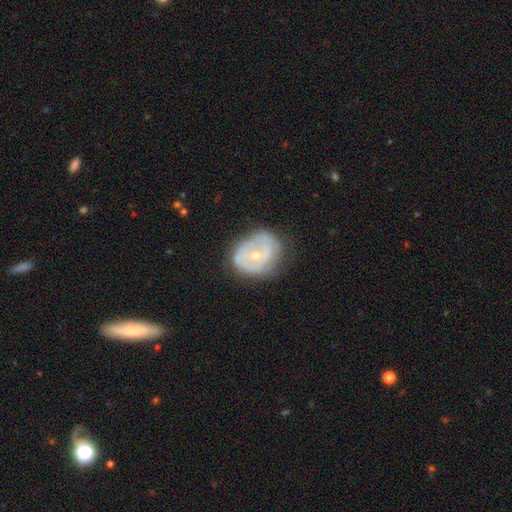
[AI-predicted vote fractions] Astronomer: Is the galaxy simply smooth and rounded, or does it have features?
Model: featured or disk — 64%.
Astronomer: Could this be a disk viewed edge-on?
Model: no — 96%.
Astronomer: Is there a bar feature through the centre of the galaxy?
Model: no — 79%.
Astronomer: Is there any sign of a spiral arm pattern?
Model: no — 52% (runner-up: yes, 48%).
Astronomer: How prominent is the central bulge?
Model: small — 53% (runner-up: moderate, 44%).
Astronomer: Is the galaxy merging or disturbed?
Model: none — 56%.